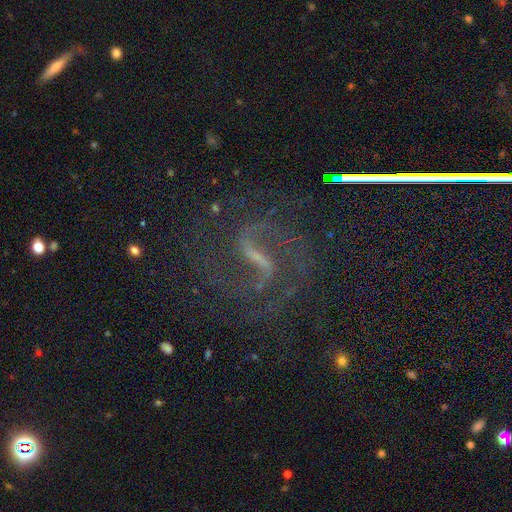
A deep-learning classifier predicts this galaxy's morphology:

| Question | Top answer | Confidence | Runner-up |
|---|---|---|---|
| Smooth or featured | featured or disk | 78% | star or artifact (16%) |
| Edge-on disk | no | 95% | yes (5%) |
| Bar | strong | 61% | weak (29%) |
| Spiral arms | yes | 93% | no (7%) |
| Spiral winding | medium | 46% | loose (40%) |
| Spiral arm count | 2 | 90% | can't tell (4%) |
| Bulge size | small | 42% | none (41%) |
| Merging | none | 70% | major disturbance (14%) |